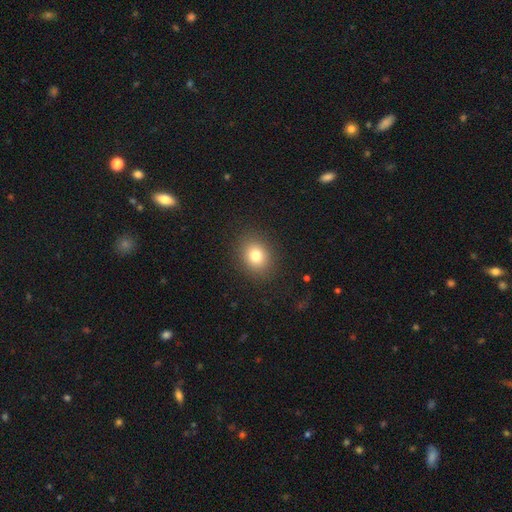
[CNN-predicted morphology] Smooth or featured? Predicted: smooth (p=0.79). How rounded? Predicted: round (p=0.60). Merging? Predicted: none (p=0.89).